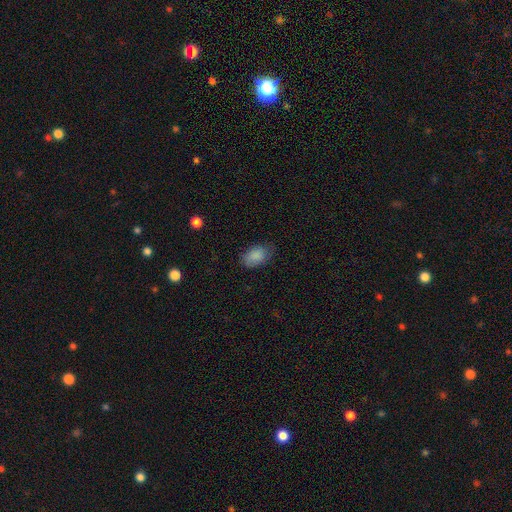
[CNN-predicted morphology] smooth 87%, star or artifact 7%, featured or disk 6%. Down the decision tree: how rounded — in between (91%); merging — none (73%).